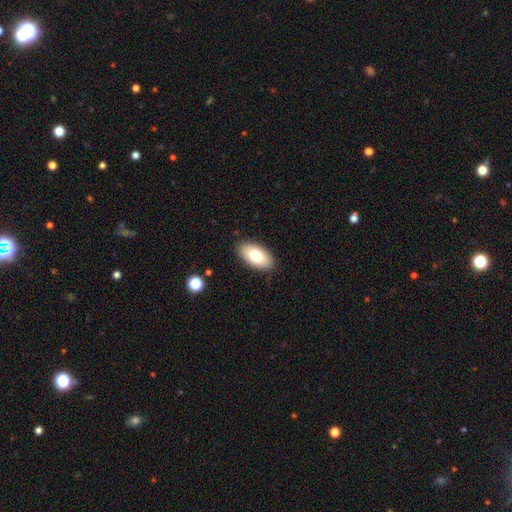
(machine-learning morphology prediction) This is likely a smooth galaxy (79%). How rounded: clearly in between (94%). Merging: clearly none (88%).